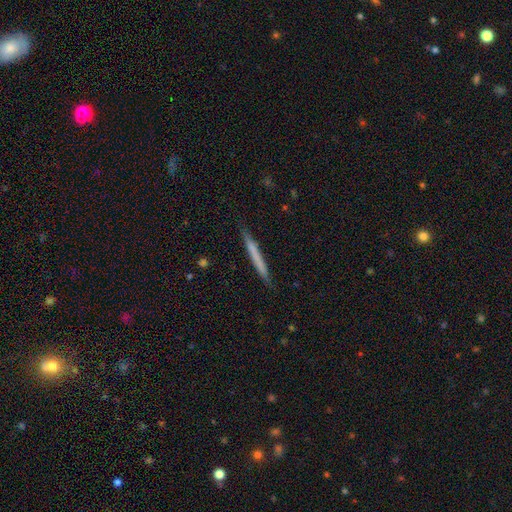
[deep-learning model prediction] This is possibly a smooth galaxy (60%). How rounded: clearly cigar-shaped (97%). Merging: clearly none (89%).